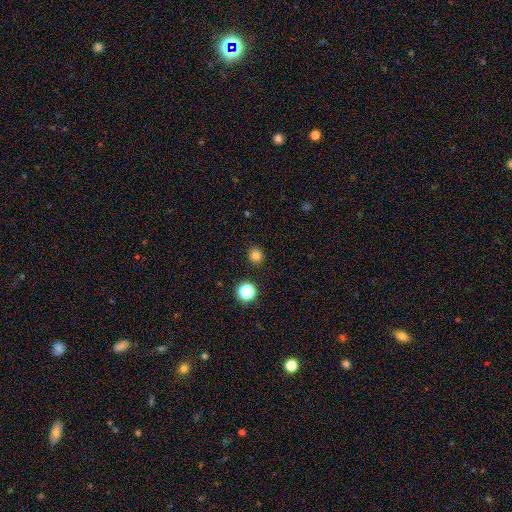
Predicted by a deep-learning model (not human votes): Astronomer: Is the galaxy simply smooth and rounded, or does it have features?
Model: smooth — 79%.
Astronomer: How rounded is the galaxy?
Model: round — 85%.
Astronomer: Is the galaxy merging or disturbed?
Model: none — 90%.